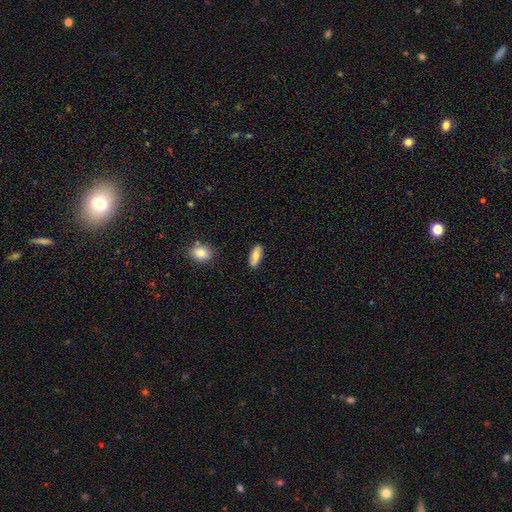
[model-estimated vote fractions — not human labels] Smooth or featured? smooth (75%)
How rounded? in between (83%)
Merging? none (87%)